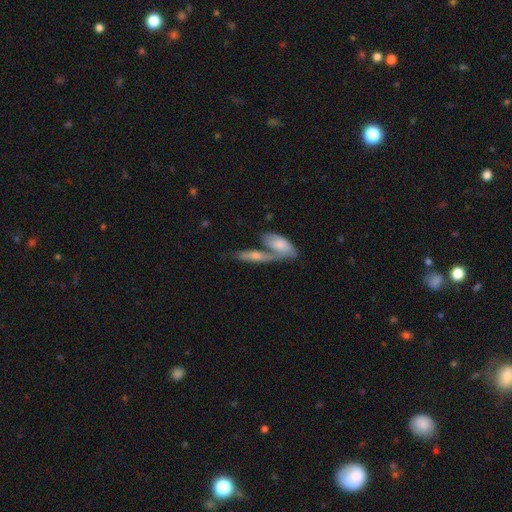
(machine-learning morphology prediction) Smooth or featured? smooth (56%)
How rounded? in between (53%)
Merging? merger (57%)